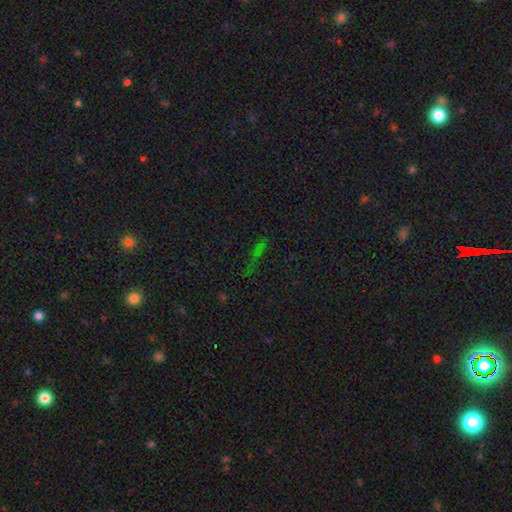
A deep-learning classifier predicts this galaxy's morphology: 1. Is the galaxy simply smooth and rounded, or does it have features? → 64% star or artifact, 22% smooth, 14% featured or disk.